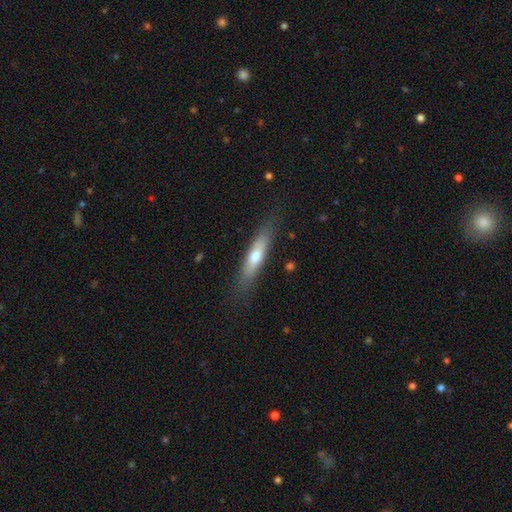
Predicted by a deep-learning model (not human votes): The model was most divided on "smooth or featured": smooth: 60%, featured or disk: 34%, star or artifact: 6%. More confident: merging — none (81%); how rounded — cigar-shaped (72%).